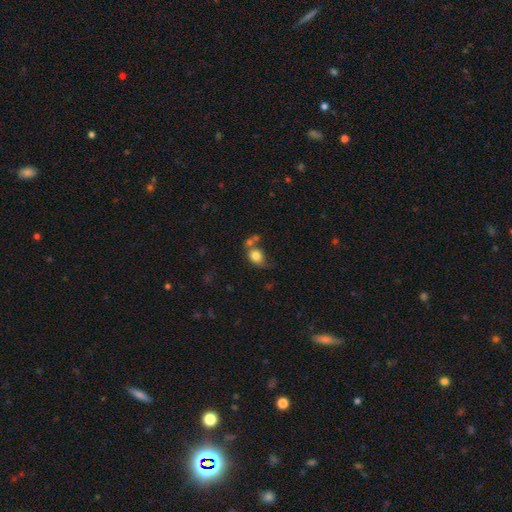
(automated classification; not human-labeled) Q: Smooth or featured?
A: smooth (78%); runner-up: featured or disk (12%)
Q: How rounded?
A: round (64%); runner-up: in between (35%)
Q: Merging?
A: none (40%); runner-up: merger (25%)